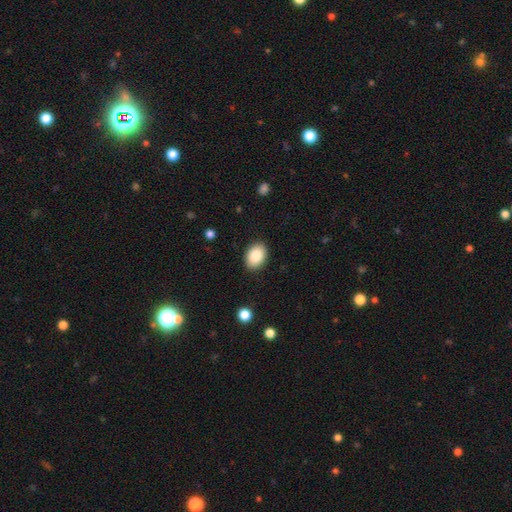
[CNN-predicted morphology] smooth_or_featured: smooth (p=0.88) [alt: star or artifact p=0.07]
how_rounded: in between (p=0.83) [alt: round p=0.16]
merging: none (p=0.89) [alt: minor disturbance p=0.08]